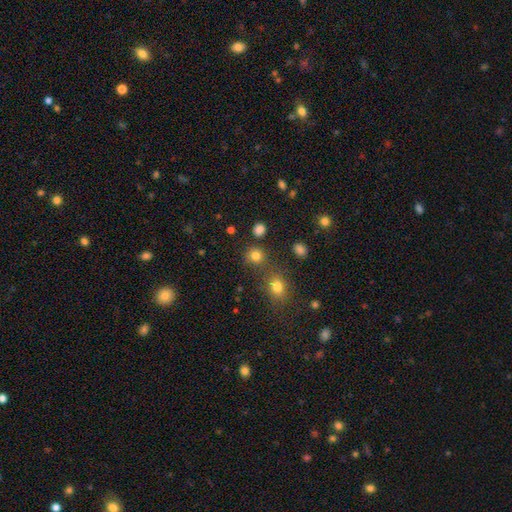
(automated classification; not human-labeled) Smooth or featured?
  - smooth: 80% *
  - star or artifact: 15%
  - featured or disk: 5%
How rounded?
  - round: 87% *
  - in between: 12%
  - cigar-shaped: 1%
Merging?
  - none: 76% *
  - merger: 11%
  - minor disturbance: 9%
  - major disturbance: 4%